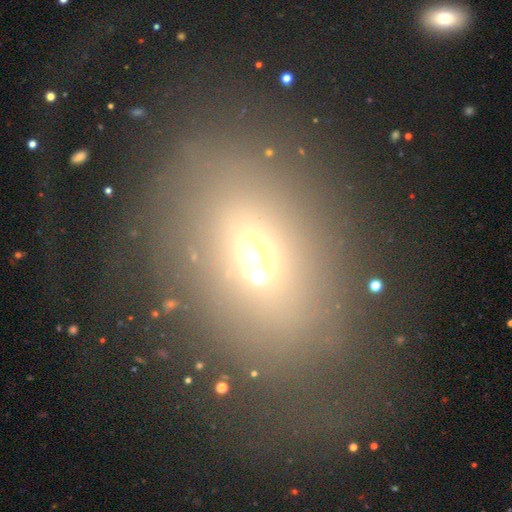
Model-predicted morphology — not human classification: Q: Smooth or featured?
A: smooth (57%); runner-up: star or artifact (27%)
Q: How rounded?
A: in between (66%); runner-up: round (31%)
Q: Merging?
A: none (63%); runner-up: minor disturbance (15%)